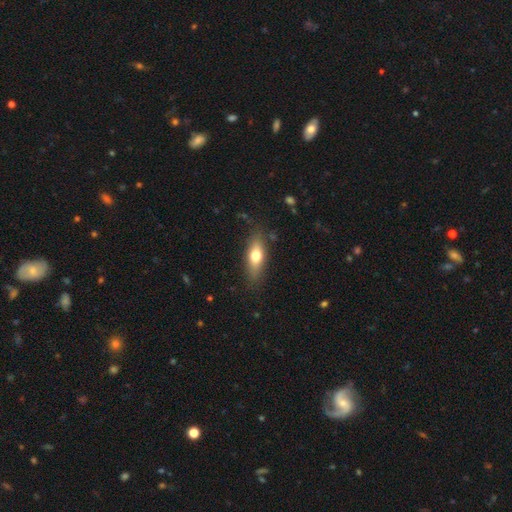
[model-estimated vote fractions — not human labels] Smooth or featured: smooth — 66% (featured or disk — 27%)
How rounded: in between — 64% (cigar-shaped — 32%)
Merging: none — 83% (minor disturbance — 13%)